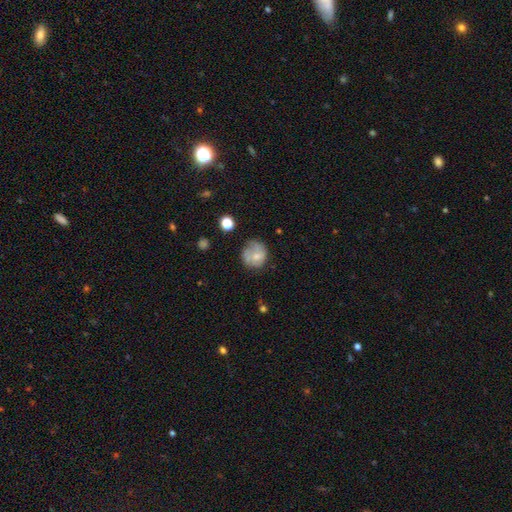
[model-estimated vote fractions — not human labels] Q: Smooth or featured?
A: smooth (63%); runner-up: featured or disk (27%)
Q: How rounded?
A: round (80%); runner-up: in between (19%)
Q: Merging?
A: none (54%); runner-up: minor disturbance (28%)